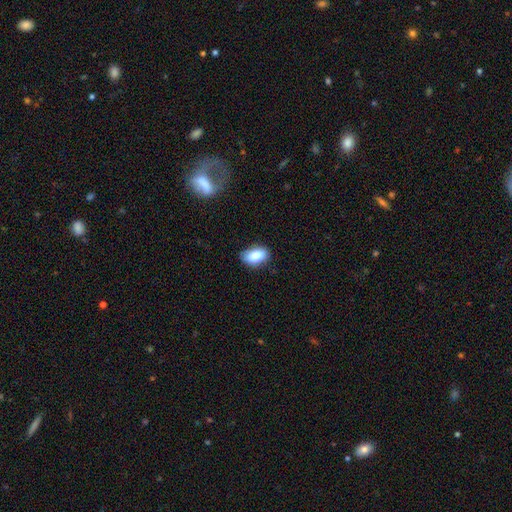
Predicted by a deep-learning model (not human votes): Smooth or featured?
  - smooth: 85% *
  - featured or disk: 8%
  - star or artifact: 7%
How rounded?
  - in between: 92% *
  - round: 6%
  - cigar-shaped: 2%
Merging?
  - none: 82% *
  - minor disturbance: 15%
  - major disturbance: 3%
  - merger: 1%